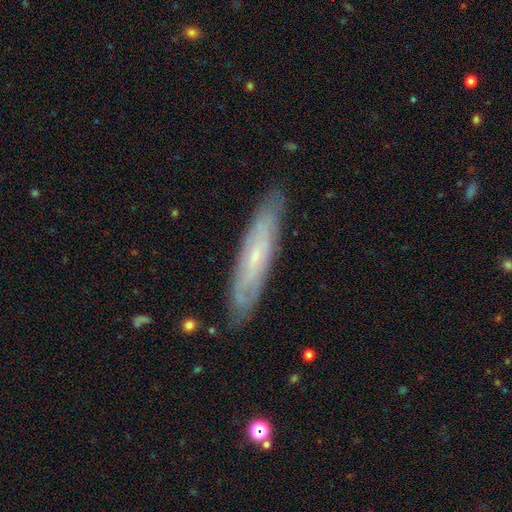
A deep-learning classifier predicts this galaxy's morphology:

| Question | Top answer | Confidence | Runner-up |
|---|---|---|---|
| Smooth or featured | featured or disk | 64% | smooth (30%) |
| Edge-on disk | no | 51% | yes (49%) |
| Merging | none | 84% | minor disturbance (13%) |